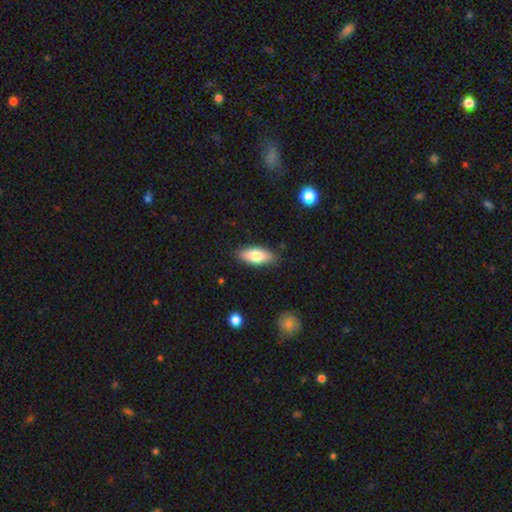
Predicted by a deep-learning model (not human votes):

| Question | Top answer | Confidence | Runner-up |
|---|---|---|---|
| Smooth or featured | smooth | 77% | featured or disk (16%) |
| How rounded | in between | 82% | cigar-shaped (16%) |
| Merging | none | 85% | minor disturbance (12%) |